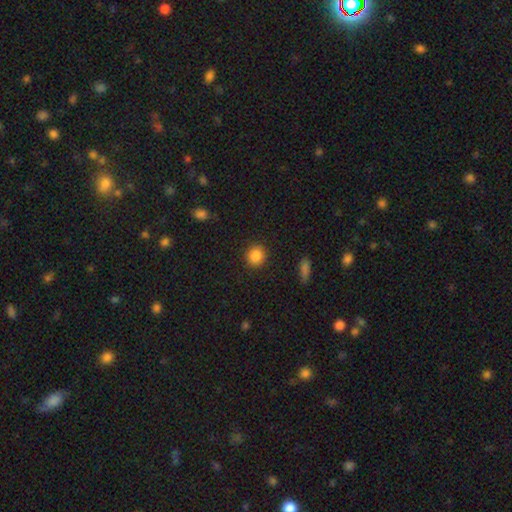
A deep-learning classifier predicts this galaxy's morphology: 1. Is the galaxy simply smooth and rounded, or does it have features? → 87% smooth, 9% star or artifact, 4% featured or disk.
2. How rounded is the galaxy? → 85% round, 14% in between, 1% cigar-shaped.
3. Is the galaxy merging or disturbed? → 90% none, 6% minor disturbance, 2% major disturbance, 1% merger.